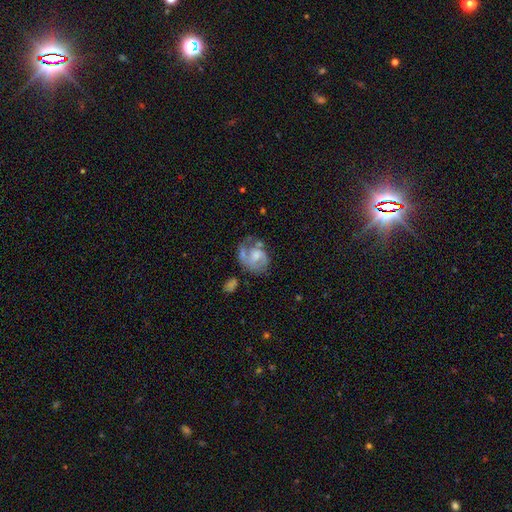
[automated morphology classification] Smooth or featured? Predicted: featured or disk (p=0.64). Edge-on disk? Predicted: no (p=0.98). Bar? Predicted: no (p=0.54). Spiral arms? Predicted: yes (p=0.72). Bulge size? Predicted: moderate (p=0.39). Merging? Predicted: none (p=0.40).